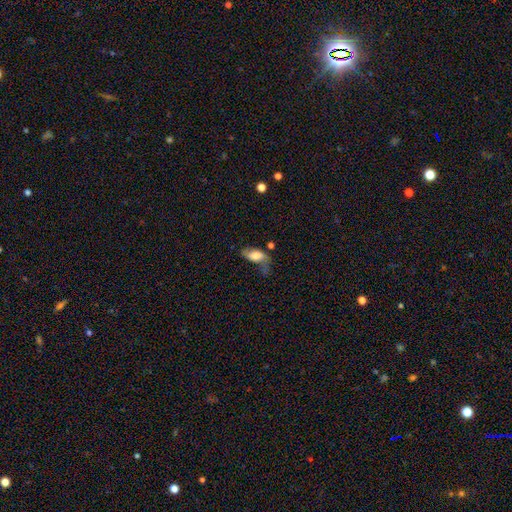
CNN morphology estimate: Smooth or featured?
  - smooth: 57% *
  - featured or disk: 34%
  - star or artifact: 9%
How rounded?
  - in between: 88% *
  - cigar-shaped: 7%
  - round: 5%
Merging?
  - major disturbance: 35% *
  - none: 31%
  - minor disturbance: 27%
  - merger: 7%